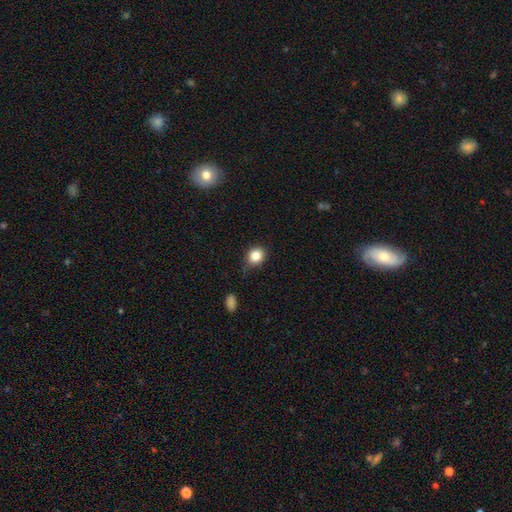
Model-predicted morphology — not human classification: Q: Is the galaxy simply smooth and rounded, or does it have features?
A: smooth — 84%.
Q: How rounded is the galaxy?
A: round — 72%.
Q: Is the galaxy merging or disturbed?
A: none — 75%.